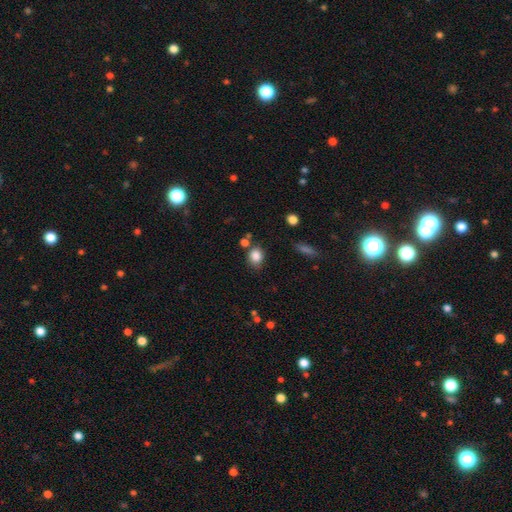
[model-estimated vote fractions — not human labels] Overall: smooth (85%). How rounded: round (59%; in between 40%). Merging: none (68%).